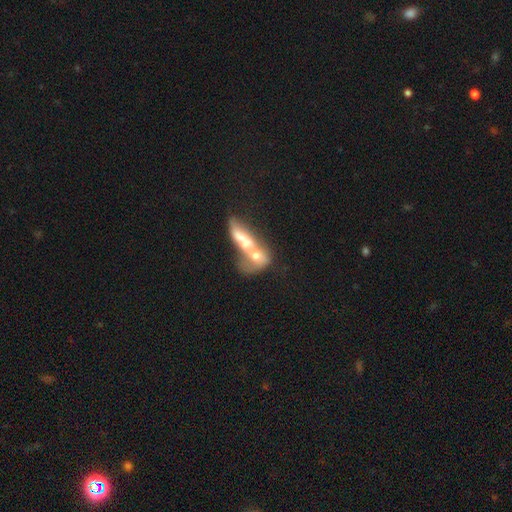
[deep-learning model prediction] This appears to be a smooth galaxy with no disk features (54%) that is in between round and cigar-shaped (62%). Merging: merger (75%).